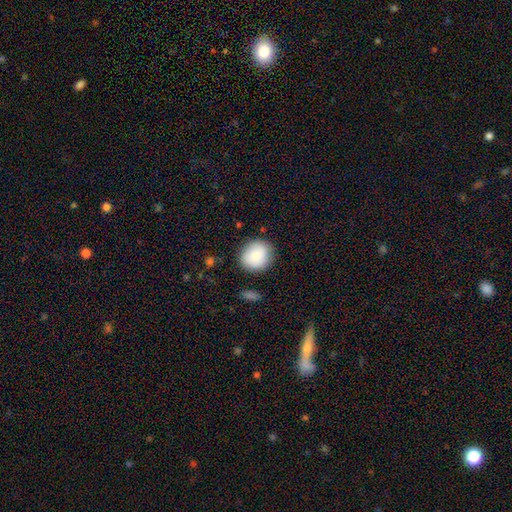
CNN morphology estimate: A smooth galaxy with no disk features (85%) that is round (86%). Merging: none (86%).